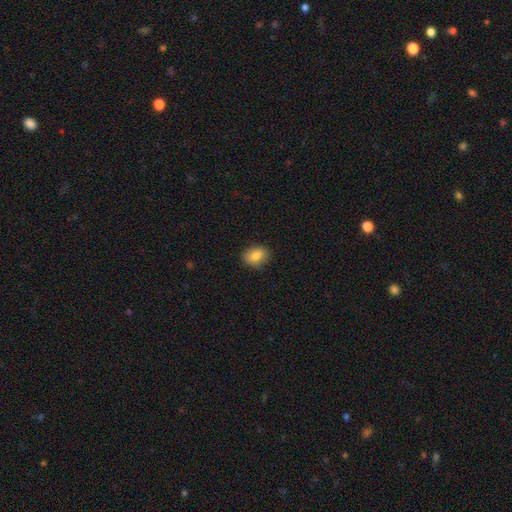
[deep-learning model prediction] Smooth or featured?
  - smooth: 83% *
  - featured or disk: 9%
  - star or artifact: 9%
How rounded?
  - in between: 61% *
  - round: 37%
  - cigar-shaped: 1%
Merging?
  - none: 85% *
  - minor disturbance: 11%
  - major disturbance: 2%
  - merger: 1%